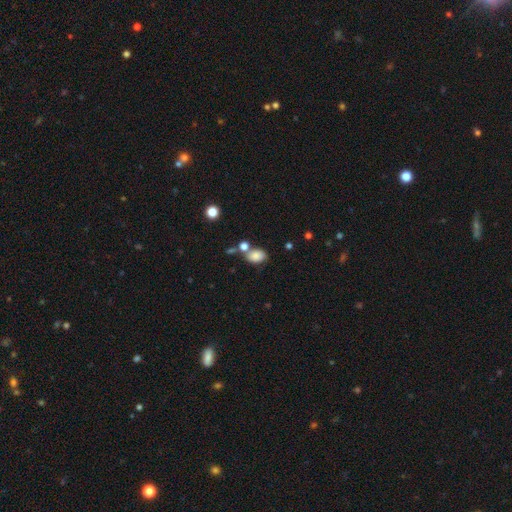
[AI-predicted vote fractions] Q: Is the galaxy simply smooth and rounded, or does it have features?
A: smooth — 82%.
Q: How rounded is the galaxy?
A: in between — 81%.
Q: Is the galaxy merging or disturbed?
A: none — 54%.